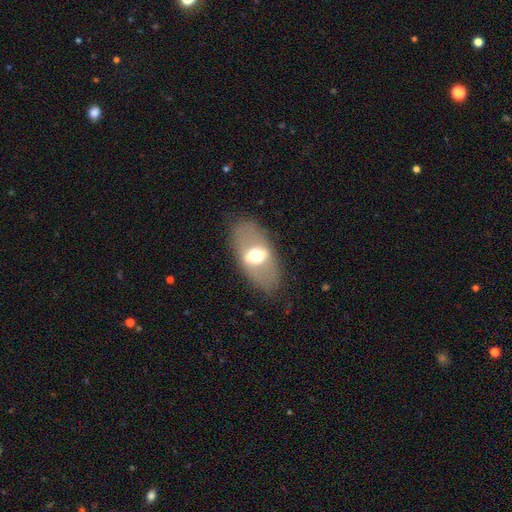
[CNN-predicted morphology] Smooth or featured?
  - featured or disk: 51% *
  - smooth: 41%
  - star or artifact: 8%
Edge-on disk?
  - no: 76% *
  - yes: 24%
Merging?
  - none: 79% *
  - minor disturbance: 12%
  - major disturbance: 7%
  - merger: 1%